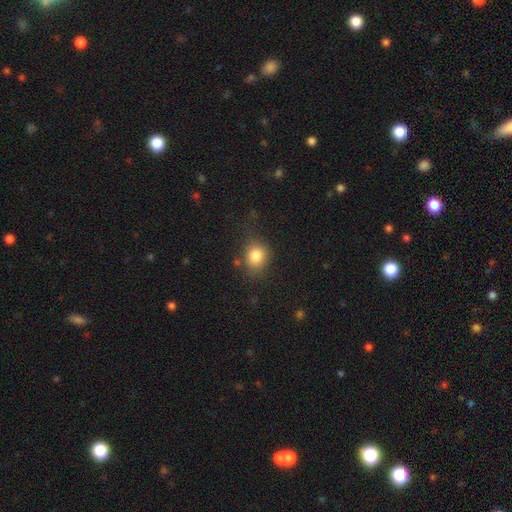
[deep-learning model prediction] Smooth or featured?
  - smooth: 82% *
  - star or artifact: 10%
  - featured or disk: 7%
How rounded?
  - round: 65% *
  - in between: 34%
  - cigar-shaped: 1%
Merging?
  - none: 71% *
  - minor disturbance: 19%
  - major disturbance: 7%
  - merger: 3%